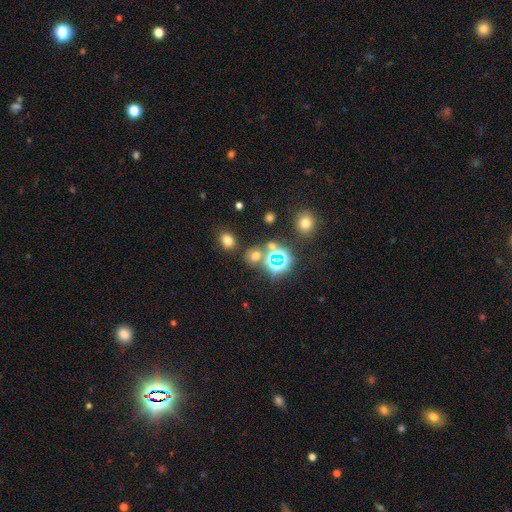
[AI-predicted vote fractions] Smooth or featured: smooth — 47% (star or artifact — 44%)
Merging: none — 71% (merger — 14%)